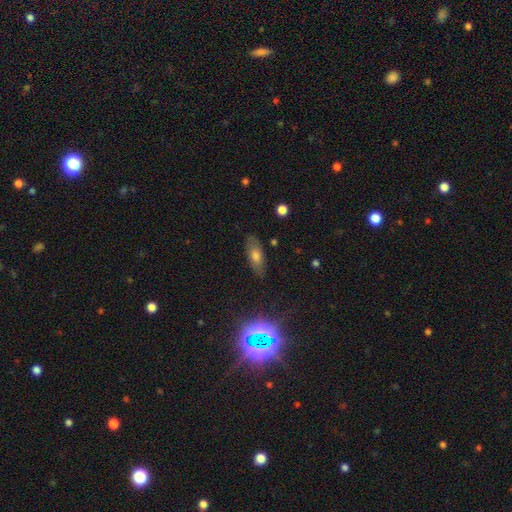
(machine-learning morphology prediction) Overall: smooth (62%; featured or disk 23%). How rounded: in between (72%). Merging: none (82%).